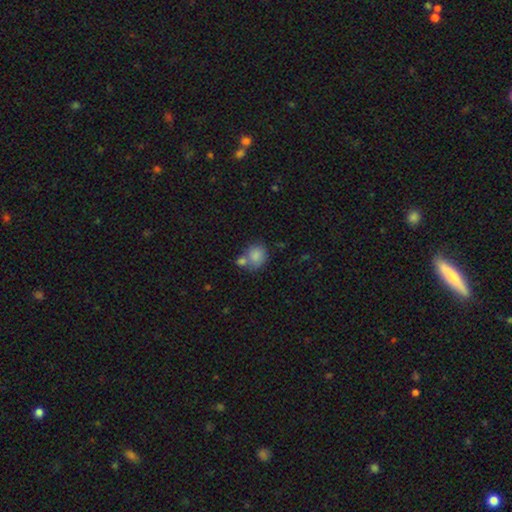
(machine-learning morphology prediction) smooth 83%, star or artifact 9%, featured or disk 8%. Down the decision tree: how rounded — round (65%); merging — none (44%).